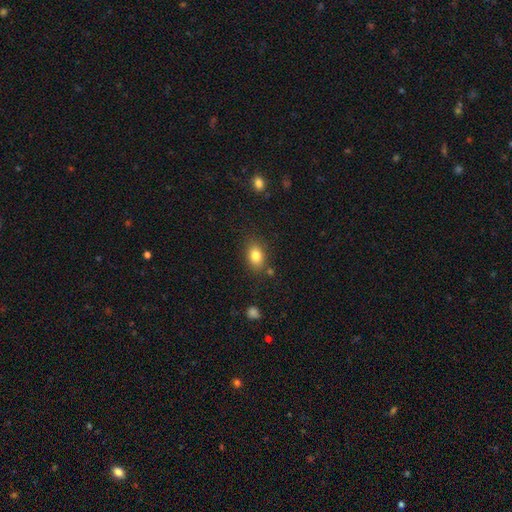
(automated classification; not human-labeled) smooth 82%, star or artifact 9%, featured or disk 9%. Down the decision tree: how rounded — in between (79%); merging — none (80%).